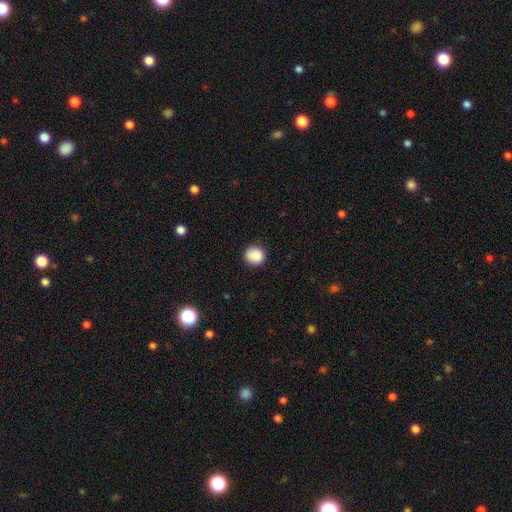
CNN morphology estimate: A smooth galaxy with no disk features (88%) that is round (84%).

Vote fractions:
- Smooth or featured? smooth: 88% / star or artifact: 9% / featured or disk: 3%
- How rounded? round: 84% / in between: 16% / cigar-shaped: 1%
- Merging? none: 87% / minor disturbance: 9% / major disturbance: 2% / merger: 1%